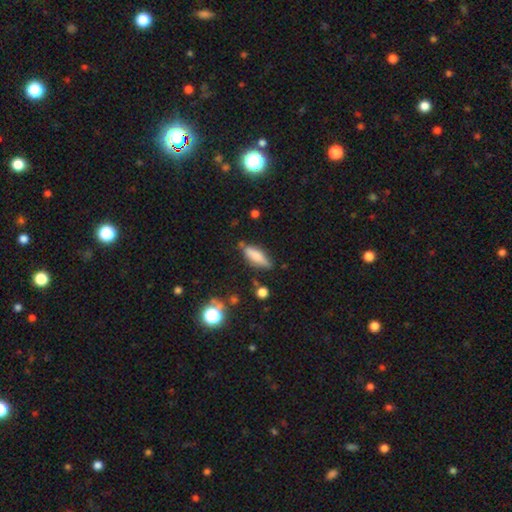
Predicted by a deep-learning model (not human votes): Overall: smooth (71%). How rounded: in between (49%, tied with cigar-shaped). Merging: none (72%).